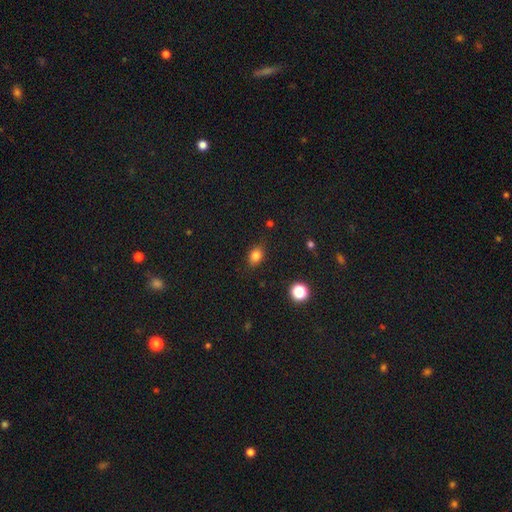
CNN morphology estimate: Q: Smooth or featured?
A: smooth (81%); runner-up: star or artifact (12%)
Q: How rounded?
A: in between (69%); runner-up: round (29%)
Q: Merging?
A: none (83%); runner-up: minor disturbance (12%)